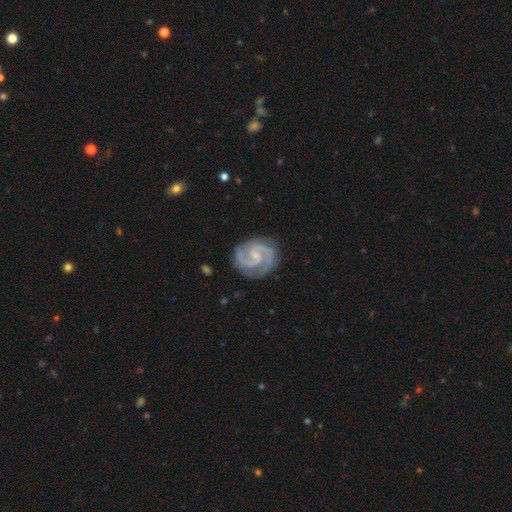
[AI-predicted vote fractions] smooth-or-featured: featured or disk: 93% | star or artifact: 4% | smooth: 4%
  disk-edge-on: no: 98% | yes: 2%
    bar: weak: 45% | no: 42% | strong: 12%
    has-spiral-arms: yes: 99% | no: 1%
      spiral-winding: medium: 51% | tight: 42% | loose: 7%
      spiral-arm-count: 2: 91% | 3: 4% | can't tell: 2% | 1: 1% | 4: 1% | more than 4: 1%
    bulge-size: small: 63% | none: 19% | moderate: 16% | large: 1% | dominant: 1%
  merging: none: 83% | minor disturbance: 12% | major disturbance: 3% | merger: 1%